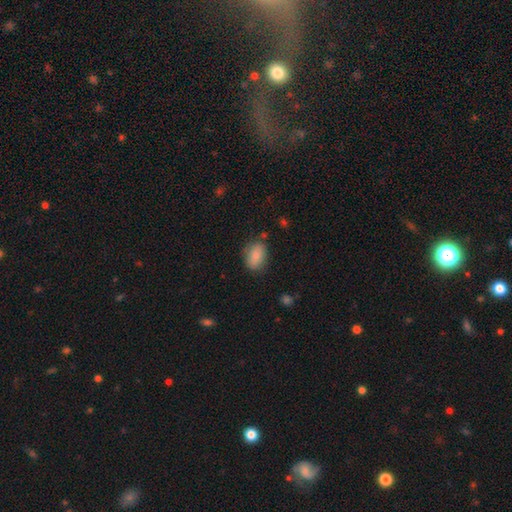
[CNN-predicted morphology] Smooth or featured? Predicted: smooth (p=0.86). How rounded? Predicted: in between (p=0.85). Merging? Predicted: none (p=0.77).